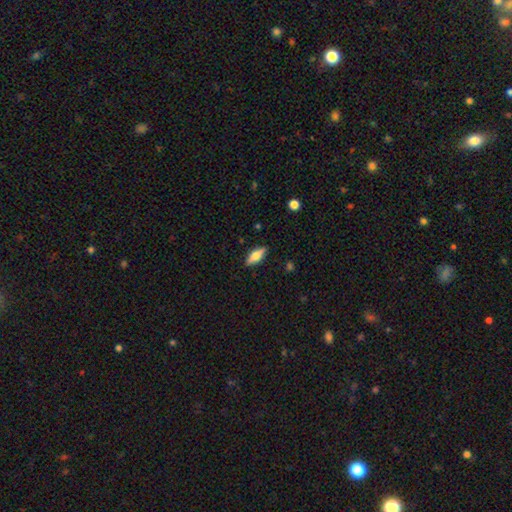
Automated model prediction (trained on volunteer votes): smooth-or-featured: smooth: 63% | featured or disk: 30% | star or artifact: 7%
  how-rounded: in between: 67% | cigar-shaped: 30% | round: 3%
  merging: none: 86% | minor disturbance: 10% | major disturbance: 2% | merger: 1%